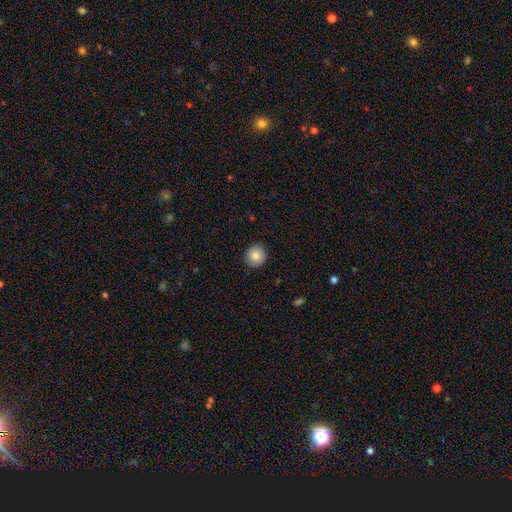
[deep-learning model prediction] The model was most divided on "smooth or featured": smooth: 83%, featured or disk: 9%, star or artifact: 8%. More confident: how rounded — round (92%); merging — none (90%).